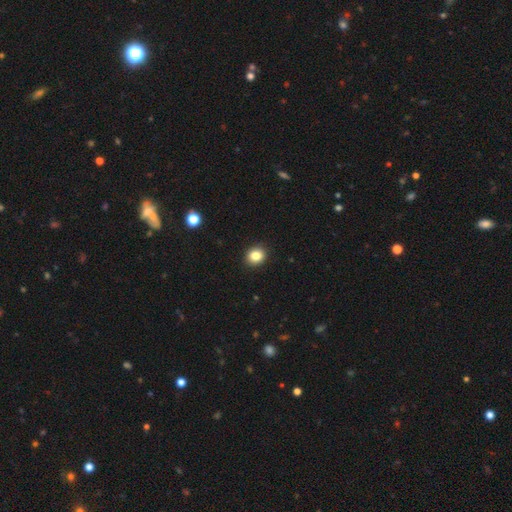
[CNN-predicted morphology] Smooth or featured: smooth — 84% (star or artifact — 11%)
How rounded: round — 70% (in between — 29%)
Merging: none — 91% (minor disturbance — 6%)